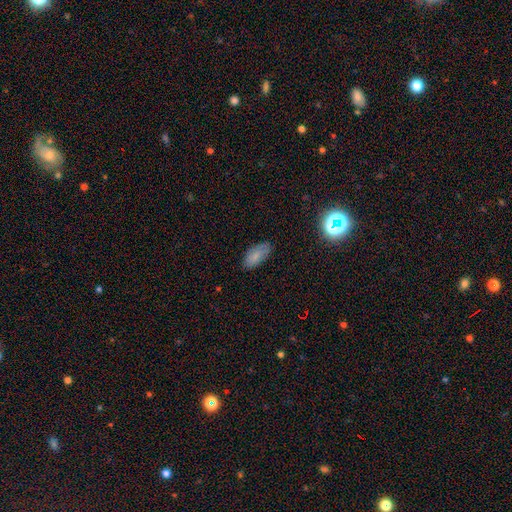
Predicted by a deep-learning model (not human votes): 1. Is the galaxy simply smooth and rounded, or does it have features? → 80% smooth, 11% featured or disk, 9% star or artifact.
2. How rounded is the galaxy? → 91% in between, 6% cigar-shaped, 3% round.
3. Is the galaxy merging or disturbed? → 82% none, 15% minor disturbance, 3% major disturbance, 1% merger.